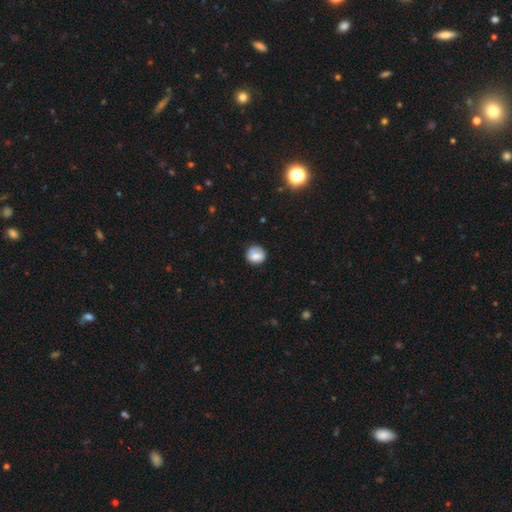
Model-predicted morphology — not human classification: smooth_or_featured: smooth (p=0.76) [alt: featured or disk p=0.15]
how_rounded: round (p=0.80) [alt: in between p=0.19]
merging: none (p=0.67) [alt: minor disturbance p=0.23]